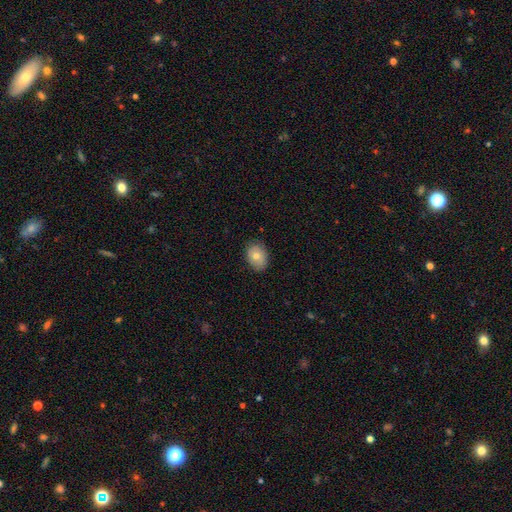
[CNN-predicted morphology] Smooth or featured? smooth (72%)
How rounded? in between (65%)
Merging? none (82%)